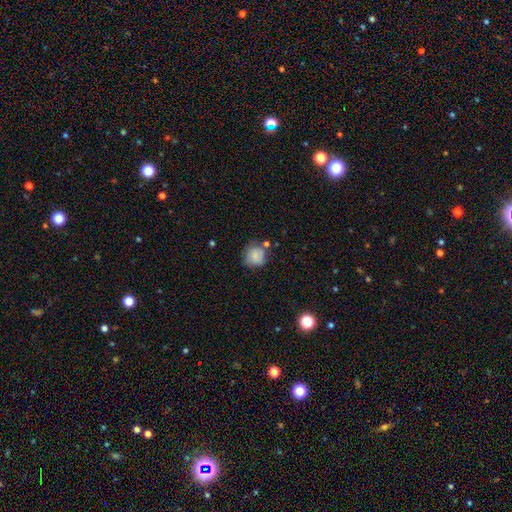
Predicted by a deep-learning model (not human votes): A smooth galaxy with no disk features (81%) that is round (85%).

Vote fractions:
- Smooth or featured? smooth: 81% / featured or disk: 10% / star or artifact: 9%
- How rounded? round: 85% / in between: 14% / cigar-shaped: 1%
- Merging? none: 62% / minor disturbance: 22% / merger: 9% / major disturbance: 6%